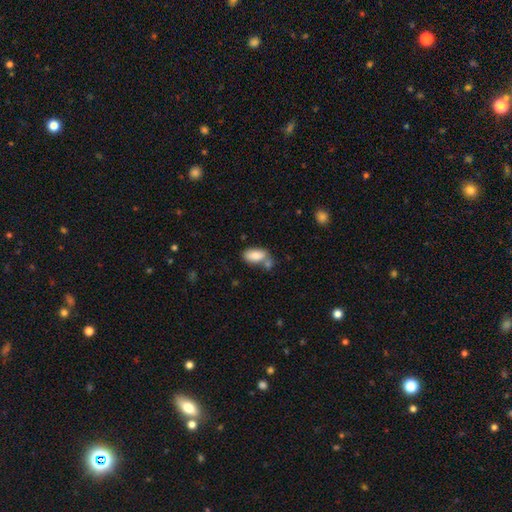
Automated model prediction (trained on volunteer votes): Smooth or featured?
  - smooth: 85% *
  - featured or disk: 8%
  - star or artifact: 7%
How rounded?
  - in between: 93% *
  - cigar-shaped: 4%
  - round: 3%
Merging?
  - none: 47% *
  - merger: 31%
  - minor disturbance: 16%
  - major disturbance: 6%